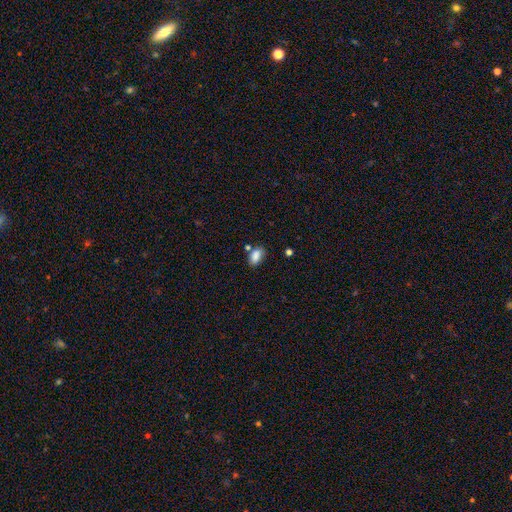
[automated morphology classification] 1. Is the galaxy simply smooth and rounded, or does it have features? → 85% smooth, 9% star or artifact, 6% featured or disk.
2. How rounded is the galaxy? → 89% in between, 7% round, 3% cigar-shaped.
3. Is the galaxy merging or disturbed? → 67% none, 17% minor disturbance, 11% merger, 4% major disturbance.